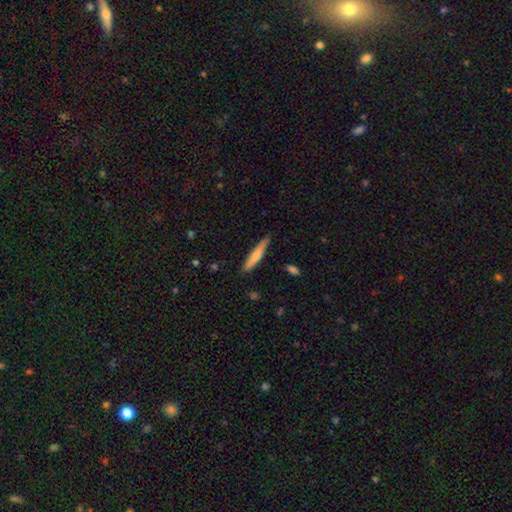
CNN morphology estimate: A smooth galaxy with no disk features (61%) that is cigar-shaped (89%). Merging: none (82%).